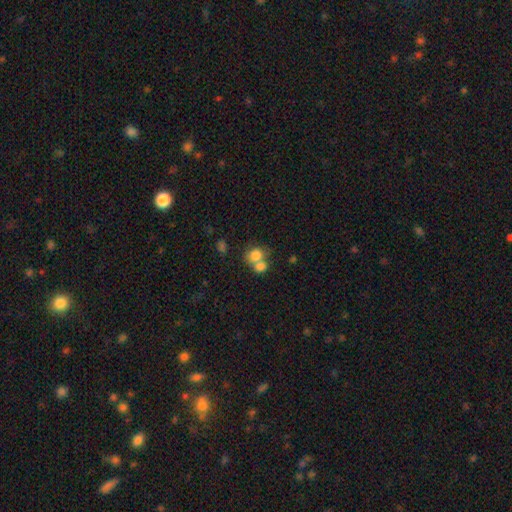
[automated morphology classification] Smooth or featured?
  - smooth: 78% *
  - featured or disk: 12%
  - star or artifact: 10%
How rounded?
  - round: 60% *
  - in between: 39%
  - cigar-shaped: 1%
Merging?
  - merger: 60% *
  - none: 29%
  - minor disturbance: 7%
  - major disturbance: 4%